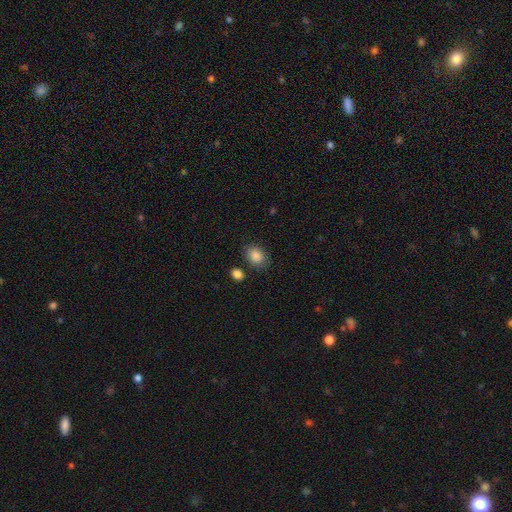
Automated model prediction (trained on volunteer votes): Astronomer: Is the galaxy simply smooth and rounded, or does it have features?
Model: smooth — 87%.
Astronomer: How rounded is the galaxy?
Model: in between — 67%.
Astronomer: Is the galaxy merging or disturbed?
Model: none — 77%.